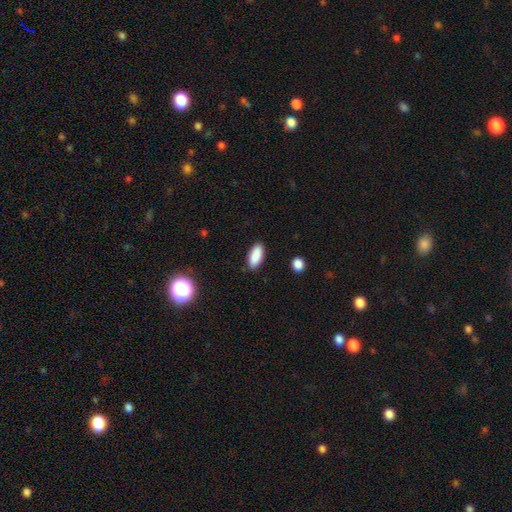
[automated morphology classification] This appears to be a smooth galaxy with no disk features (89%) that is in between round and cigar-shaped (87%). Merging: none (87%).